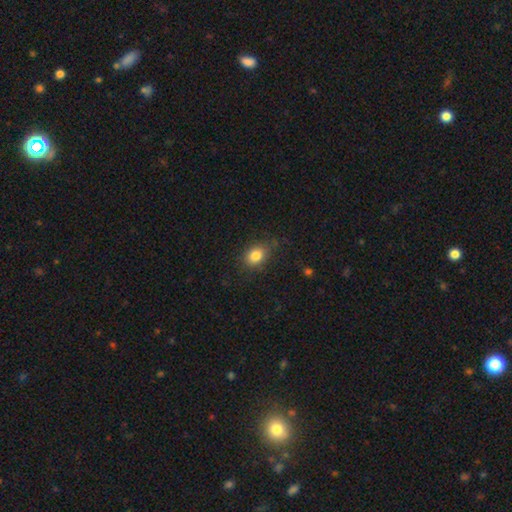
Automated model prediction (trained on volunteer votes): This appears to be a smooth galaxy with no disk features (83%) that is in between round and cigar-shaped (66%). Merging: none (77%).